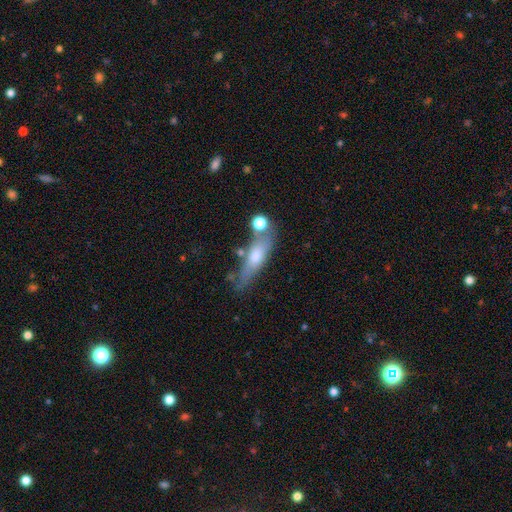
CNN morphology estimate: The model was most divided on "smooth or featured": smooth: 52%, featured or disk: 39%, star or artifact: 9%. More confident: how rounded — cigar-shaped (59%); merging — none (54%).